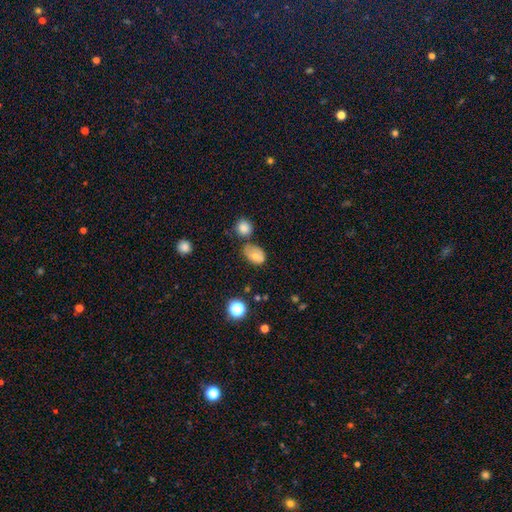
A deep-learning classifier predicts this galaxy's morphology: Q: Smooth or featured?
A: smooth (68%); runner-up: featured or disk (21%)
Q: How rounded?
A: in between (78%); runner-up: round (21%)
Q: Merging?
A: none (47%); runner-up: minor disturbance (29%)